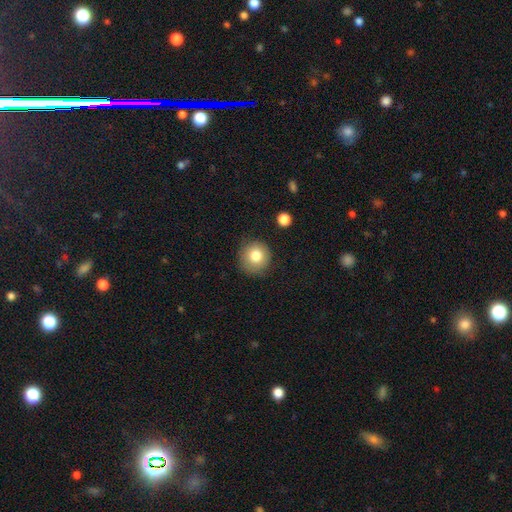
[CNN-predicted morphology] This is clearly a smooth galaxy (80%). How rounded: clearly round (93%). Merging: clearly none (85%).